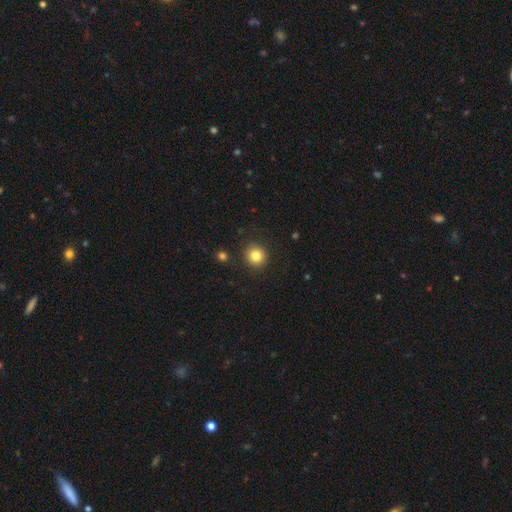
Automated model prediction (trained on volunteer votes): Smooth or featured?
  - smooth: 83% *
  - star or artifact: 11%
  - featured or disk: 6%
How rounded?
  - round: 92% *
  - in between: 7%
  - cigar-shaped: 1%
Merging?
  - none: 89% *
  - minor disturbance: 7%
  - major disturbance: 3%
  - merger: 2%